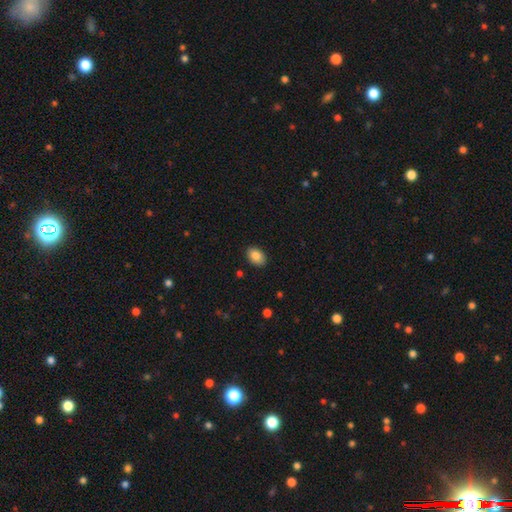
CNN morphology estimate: A smooth galaxy with no disk features (86%) that is in between round and cigar-shaped (87%). Merging: none (88%).